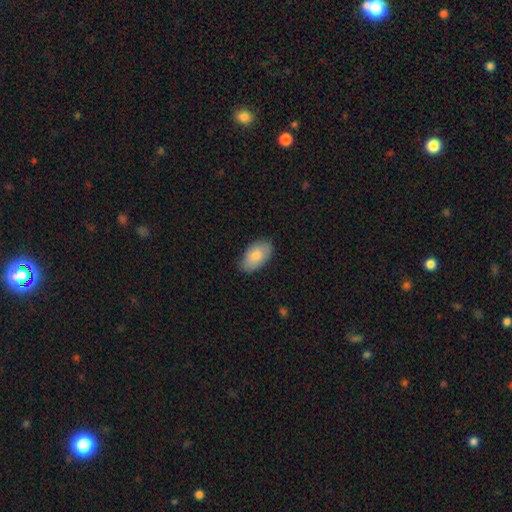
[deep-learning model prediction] This is clearly a smooth galaxy (80%). How rounded: clearly in between (94%). Merging: clearly none (82%).